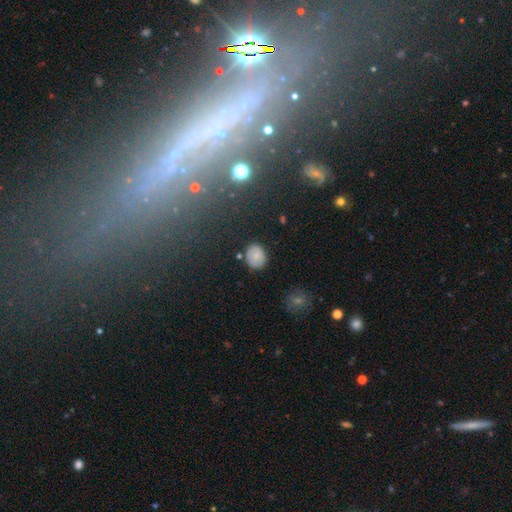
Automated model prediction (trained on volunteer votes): smooth-or-featured: smooth: 76% | featured or disk: 13% | star or artifact: 11%
  how-rounded: round: 60% | in between: 39% | cigar-shaped: 1%
  merging: none: 80% | minor disturbance: 15% | major disturbance: 3% | merger: 2%